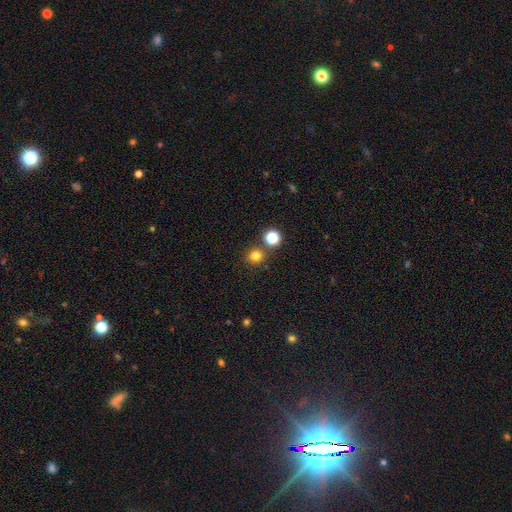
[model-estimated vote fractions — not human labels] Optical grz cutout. It shows a smooth galaxy with no disk features (77%) that is round (90%). Merging: none (81%).